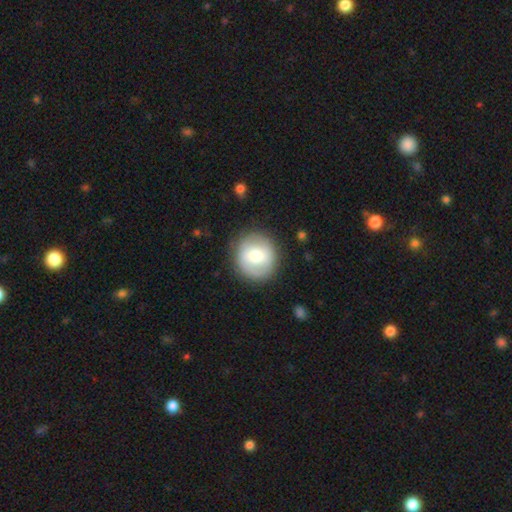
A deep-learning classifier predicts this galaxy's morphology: smooth_or_featured: smooth (p=0.62) [alt: featured or disk p=0.31]
how_rounded: round (p=0.92) [alt: in between p=0.07]
merging: none (p=0.85) [alt: minor disturbance p=0.10]